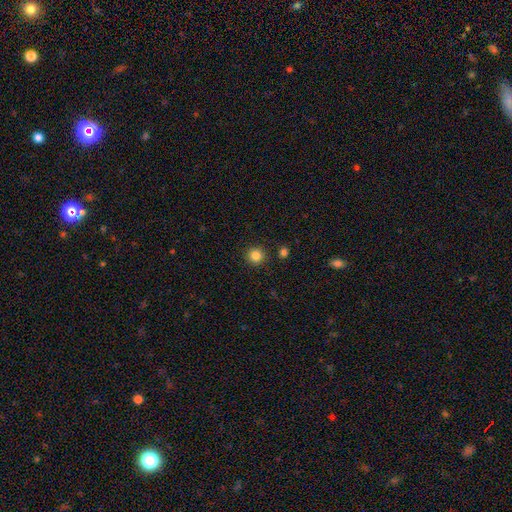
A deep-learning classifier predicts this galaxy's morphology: This is clearly a smooth galaxy (84%). How rounded: clearly round (94%). Merging: clearly none (90%).